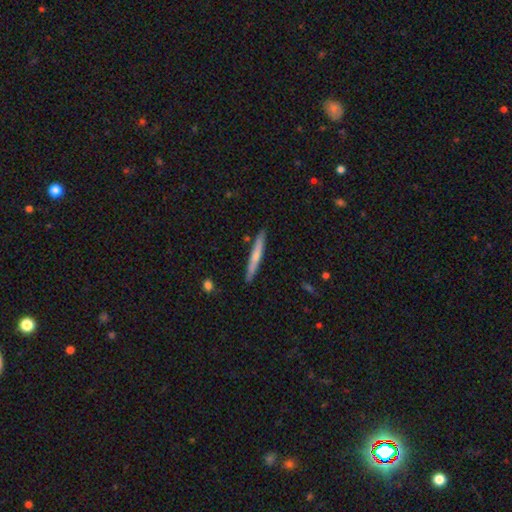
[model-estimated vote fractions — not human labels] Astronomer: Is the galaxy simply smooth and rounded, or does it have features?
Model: smooth — 59% (runner-up: featured or disk, 36%).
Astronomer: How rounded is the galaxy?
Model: cigar-shaped — 96%.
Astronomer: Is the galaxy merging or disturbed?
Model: none — 90%.